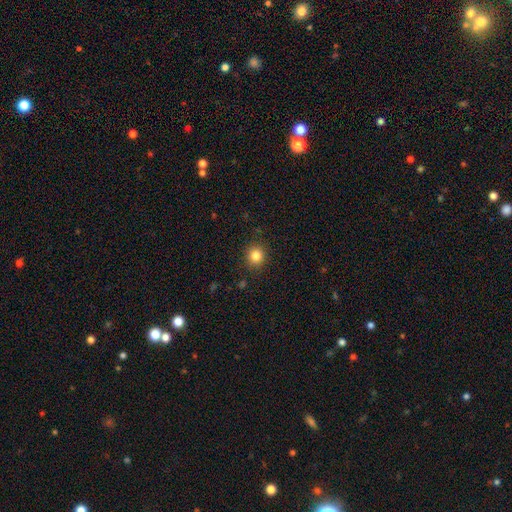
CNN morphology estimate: smooth-or-featured: smooth: 84% | star or artifact: 11% | featured or disk: 5%
  how-rounded: round: 87% | in between: 12% | cigar-shaped: 1%
  merging: none: 89% | minor disturbance: 7% | major disturbance: 2% | merger: 1%